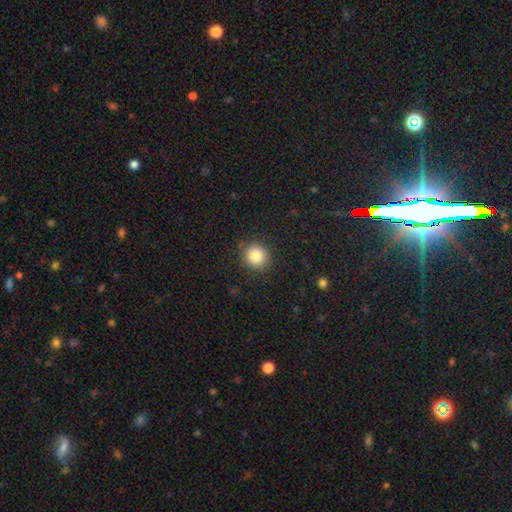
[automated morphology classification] smooth 85%, star or artifact 10%, featured or disk 5%. Down the decision tree: how rounded — round (85%); merging — none (88%).